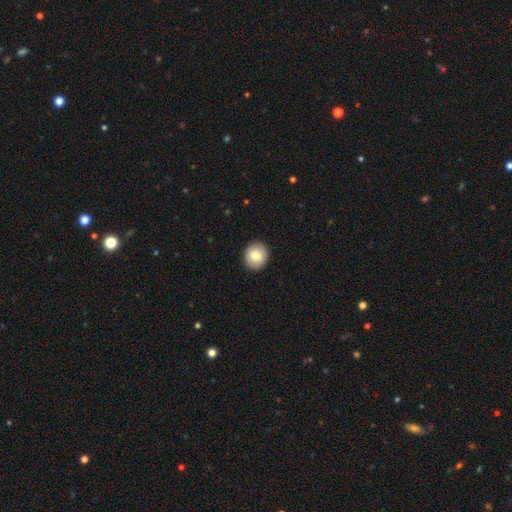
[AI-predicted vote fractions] Smooth or featured?
  - smooth: 79% *
  - featured or disk: 13%
  - star or artifact: 8%
How rounded?
  - round: 86% *
  - in between: 13%
  - cigar-shaped: 1%
Merging?
  - none: 92% *
  - minor disturbance: 6%
  - major disturbance: 2%
  - merger: 1%